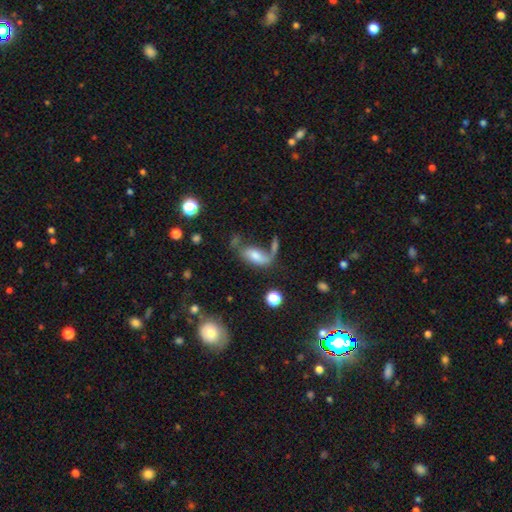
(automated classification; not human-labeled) Smooth or featured?
  - smooth: 64% *
  - featured or disk: 25%
  - star or artifact: 11%
How rounded?
  - in between: 85% *
  - cigar-shaped: 11%
  - round: 5%
Merging?
  - none: 36% *
  - merger: 27%
  - major disturbance: 19%
  - minor disturbance: 18%